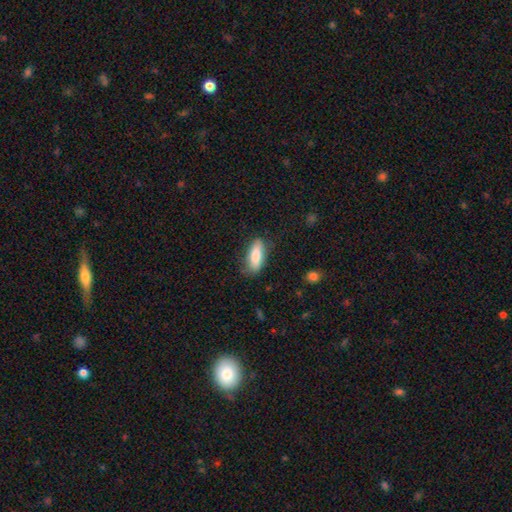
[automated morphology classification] Smooth or featured?
  - smooth: 80% *
  - featured or disk: 14%
  - star or artifact: 6%
How rounded?
  - in between: 70% *
  - cigar-shaped: 27%
  - round: 2%
Merging?
  - none: 75% *
  - minor disturbance: 19%
  - major disturbance: 5%
  - merger: 1%